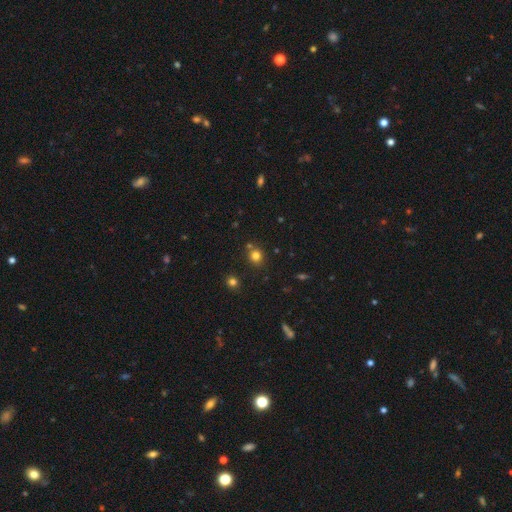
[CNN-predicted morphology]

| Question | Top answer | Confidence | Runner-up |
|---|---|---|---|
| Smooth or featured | smooth | 78% | star or artifact (16%) |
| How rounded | round | 86% | in between (13%) |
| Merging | none | 76% | merger (12%) |